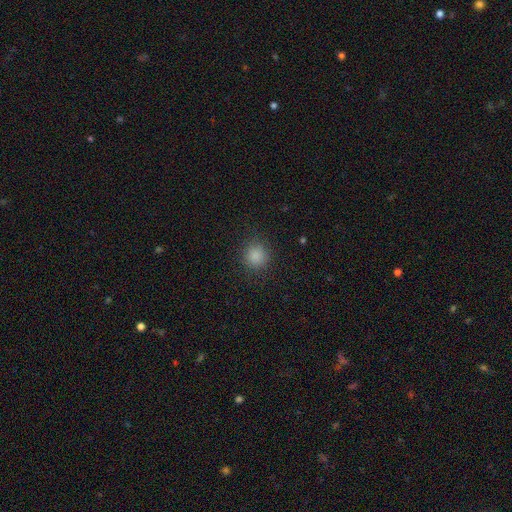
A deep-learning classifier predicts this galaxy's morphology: This is clearly a smooth galaxy (85%). How rounded: clearly round (91%). Merging: clearly none (88%).